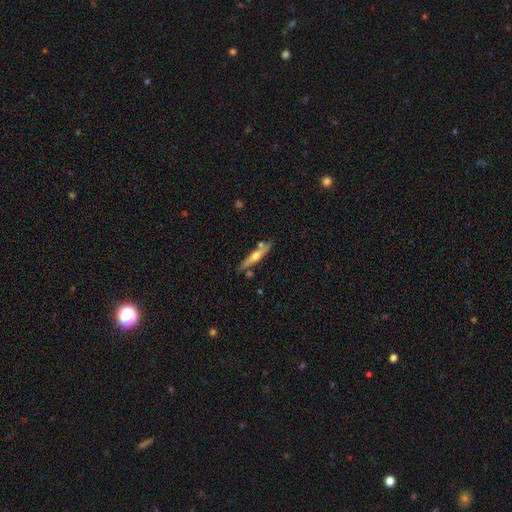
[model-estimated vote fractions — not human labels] Smooth or featured? featured or disk (50%)
Edge-on disk? yes (90%)
Merging? none (75%)